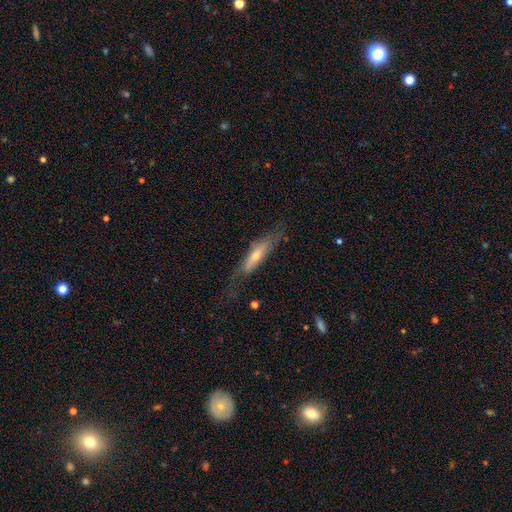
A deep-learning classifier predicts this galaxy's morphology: Q: Smooth or featured?
A: featured or disk (52%); runner-up: smooth (41%)
Q: Edge-on disk?
A: yes (65%); runner-up: no (35%)
Q: Merging?
A: none (59%); runner-up: minor disturbance (24%)